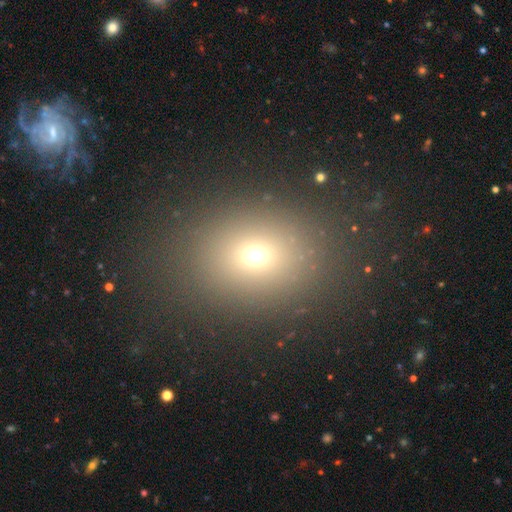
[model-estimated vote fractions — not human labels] smooth_or_featured: smooth (p=0.66) [alt: star or artifact p=0.23]
how_rounded: round (p=0.51) [alt: in between p=0.47]
merging: none (p=0.85) [alt: minor disturbance p=0.08]